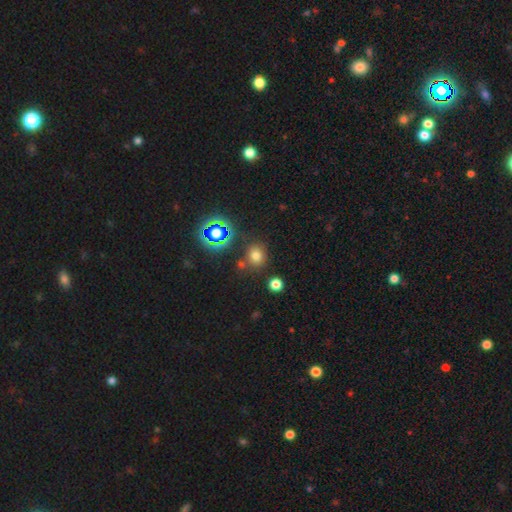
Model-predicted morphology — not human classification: This appears to be a smooth galaxy with no disk features (69%) that is round (75%). Merging: none (76%).